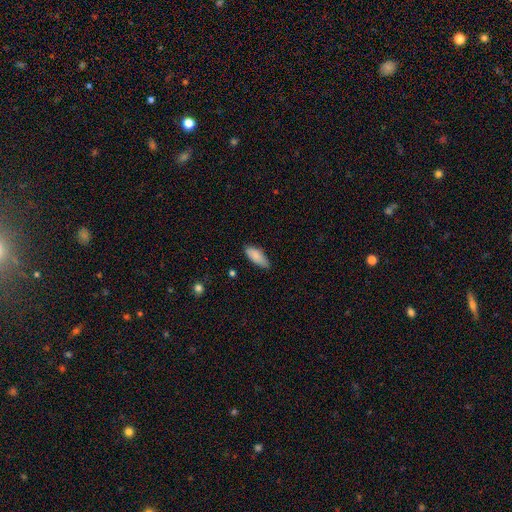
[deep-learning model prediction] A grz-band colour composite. It shows a smooth galaxy with no disk features (86%) that is in between round and cigar-shaped (76%). Merging: none (75%).